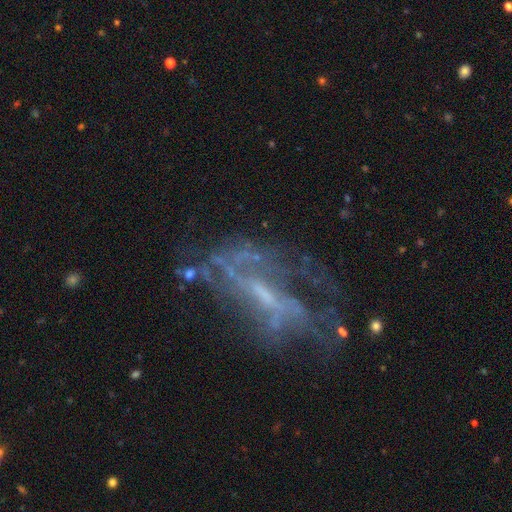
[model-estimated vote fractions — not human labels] A featured or disk galaxy (76%) with a weak bar (43%), spiral arms (64%) and a small central bulge (48%).

Vote fractions:
- Smooth or featured? featured or disk: 76% / star or artifact: 13% / smooth: 12%
- Edge-on disk? no: 90% / yes: 10%
- Bar? weak: 43% / no: 33% / strong: 24%
- Spiral arms? yes: 64% / no: 36%
- Bulge size? small: 48% / moderate: 25% / none: 23% / large: 2% / dominant: 1%
- Merging? none: 44% / major disturbance: 31% / minor disturbance: 20% / merger: 5%